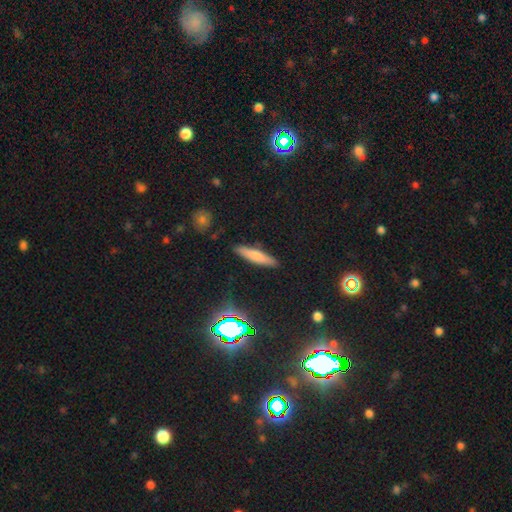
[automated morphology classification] Smooth or featured? Predicted: smooth (p=0.70). How rounded? Predicted: cigar-shaped (p=0.83). Merging? Predicted: none (p=0.87).